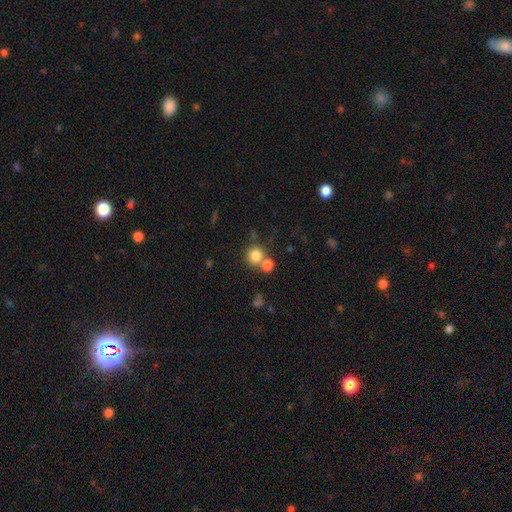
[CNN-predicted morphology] Q: Smooth or featured?
A: smooth (80%); runner-up: star or artifact (12%)
Q: How rounded?
A: round (89%); runner-up: in between (10%)
Q: Merging?
A: none (62%); runner-up: merger (27%)